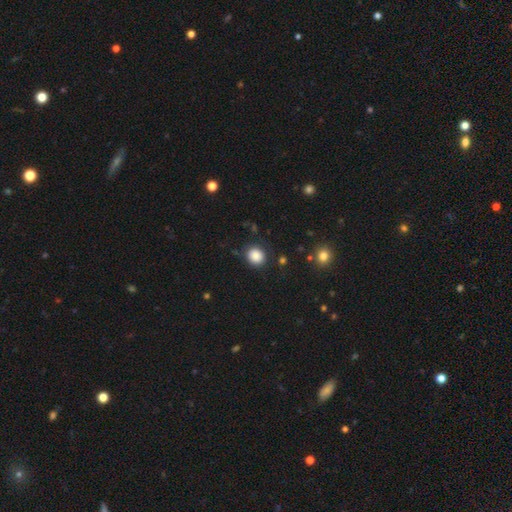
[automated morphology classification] Smooth or featured: smooth — 86% (star or artifact — 10%)
How rounded: round — 80% (in between — 19%)
Merging: none — 84% (minor disturbance — 10%)